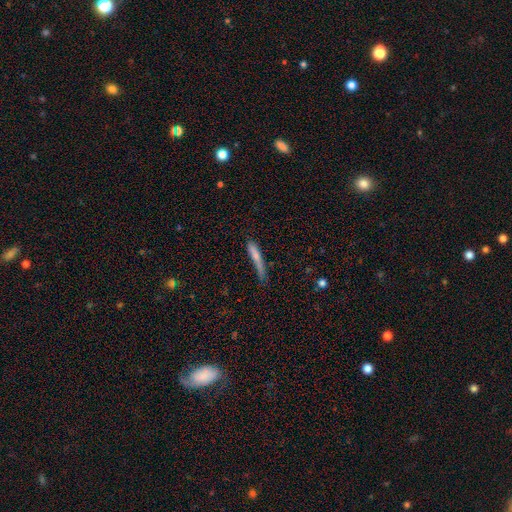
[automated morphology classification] type=smooth (71%); roundness=cigar-shaped (91%); merging=none (50%).